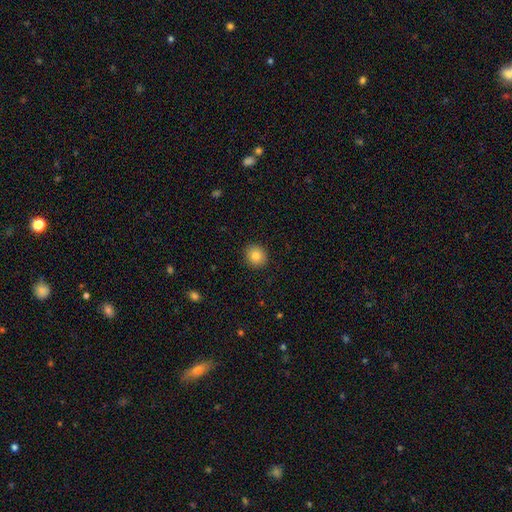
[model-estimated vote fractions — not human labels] A smooth galaxy with no disk features (84%) that is round (85%). Merging: none (91%).